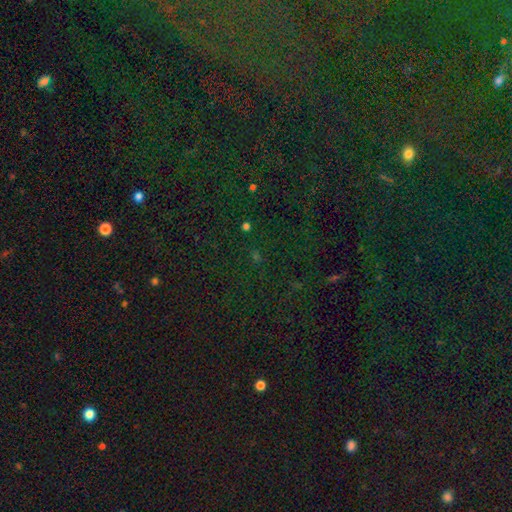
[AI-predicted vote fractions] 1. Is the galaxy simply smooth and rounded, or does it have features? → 80% star or artifact, 13% smooth, 7% featured or disk.